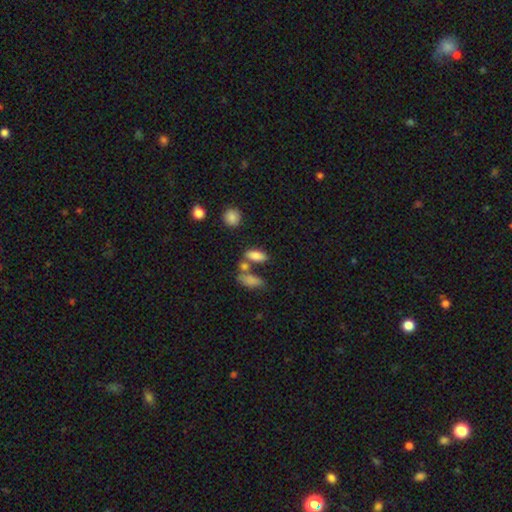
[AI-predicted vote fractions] A smooth galaxy with no disk features (81%) that is in between round and cigar-shaped (80%).

Vote fractions:
- Smooth or featured? smooth: 81% / star or artifact: 10% / featured or disk: 9%
- How rounded? in between: 80% / cigar-shaped: 15% / round: 5%
- Merging? none: 52% / merger: 30% / minor disturbance: 12% / major disturbance: 6%